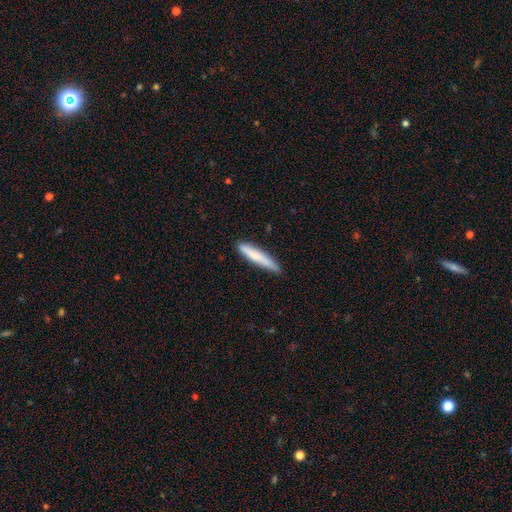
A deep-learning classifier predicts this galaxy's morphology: This is likely a smooth galaxy (73%). How rounded: clearly cigar-shaped (92%). Merging: clearly none (86%).